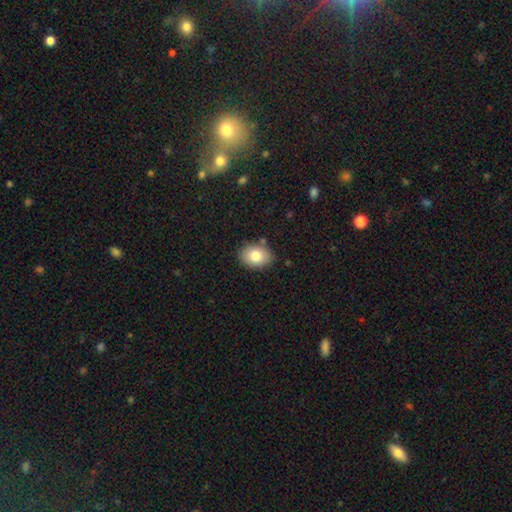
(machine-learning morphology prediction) A smooth galaxy with no disk features (80%) that is in between round and cigar-shaped (71%). Merging: none (84%).